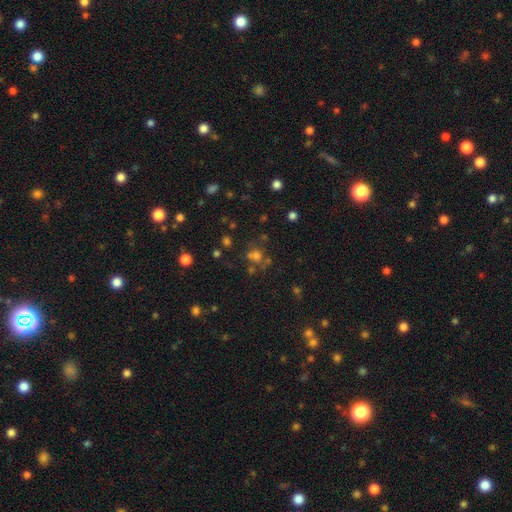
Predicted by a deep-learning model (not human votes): This appears to be a smooth galaxy with no disk features (55%) that is round (71%). Merging: none (51%).